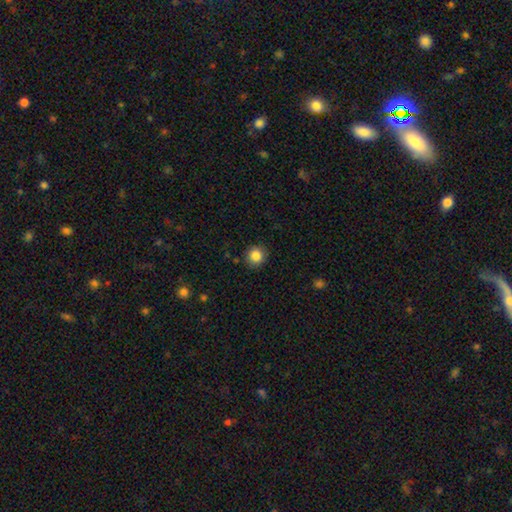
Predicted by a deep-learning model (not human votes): The model was most divided on "smooth or featured": smooth: 86%, star or artifact: 10%, featured or disk: 4%. More confident: how rounded — round (93%); merging — none (90%).